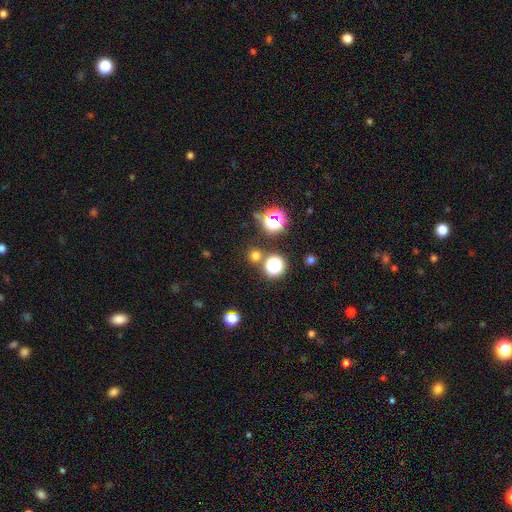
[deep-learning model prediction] Smooth or featured: smooth — 60% (star or artifact — 34%)
How rounded: round — 92% (in between — 7%)
Merging: none — 79% (merger — 10%)